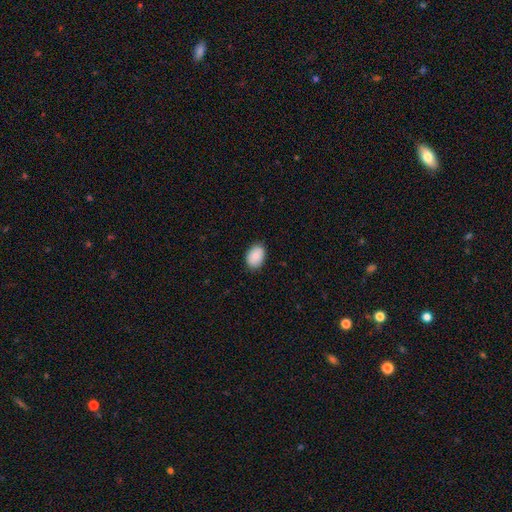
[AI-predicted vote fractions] This is clearly a smooth galaxy (83%). How rounded: clearly in between (82%). Merging: clearly none (83%).